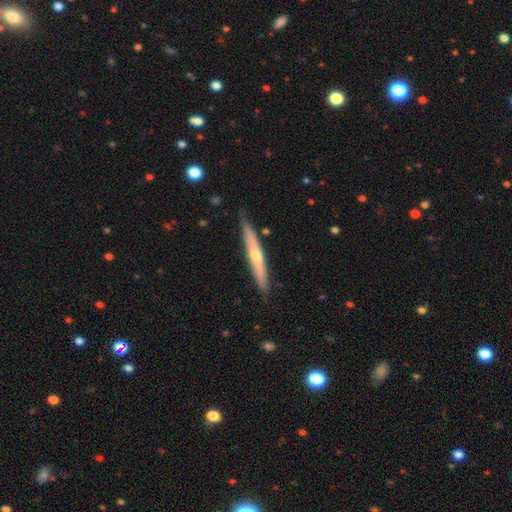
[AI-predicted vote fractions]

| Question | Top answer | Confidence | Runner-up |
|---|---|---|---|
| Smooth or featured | featured or disk | 53% | smooth (41%) |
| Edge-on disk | yes | 94% | no (6%) |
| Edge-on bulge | rounded | 72% | none (25%) |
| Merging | none | 86% | minor disturbance (11%) |